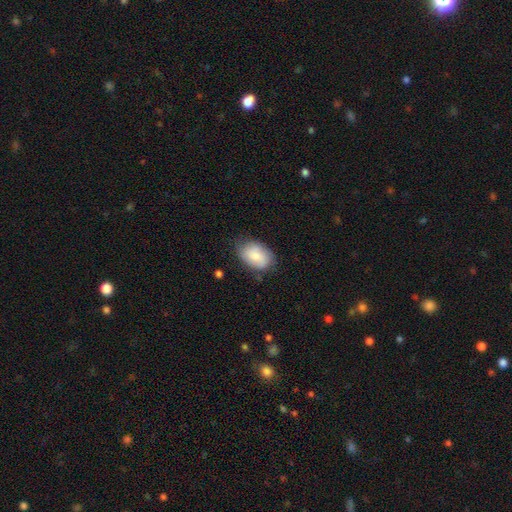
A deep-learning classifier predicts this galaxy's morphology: smooth_or_featured: smooth (p=0.80) [alt: featured or disk p=0.13]
how_rounded: in between (p=0.88) [alt: round p=0.11]
merging: none (p=0.71) [alt: minor disturbance p=0.22]